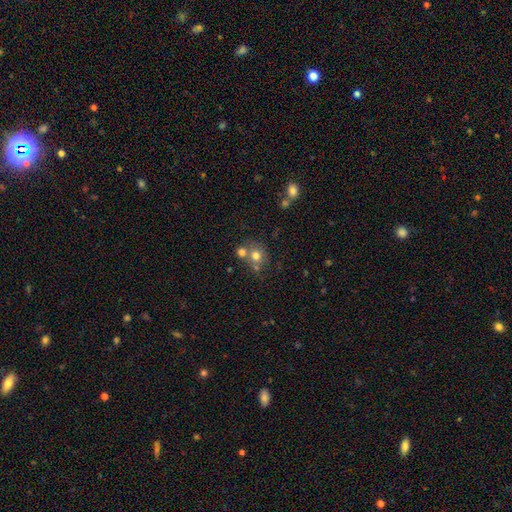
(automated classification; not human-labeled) This appears to be a smooth galaxy with no disk features (72%) that is round (82%). Merging: none (52%).